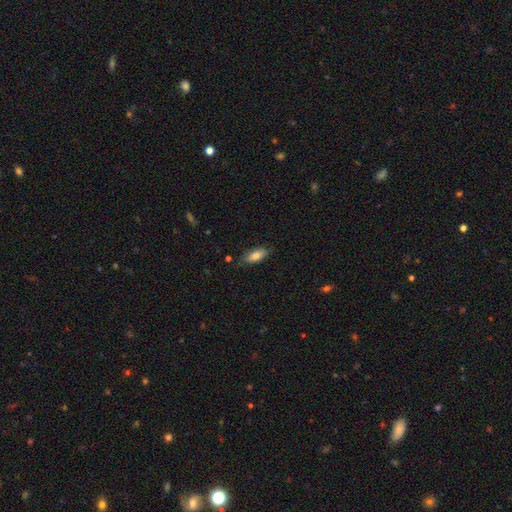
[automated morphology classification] A smooth galaxy with no disk features (79%) that is in between round and cigar-shaped (76%). Merging: none (78%).